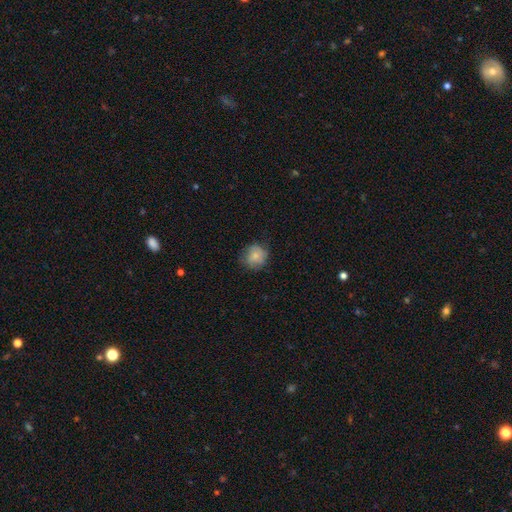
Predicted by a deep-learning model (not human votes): smooth 79%, featured or disk 14%, star or artifact 8%. Down the decision tree: how rounded — round (85%); merging — none (74%).